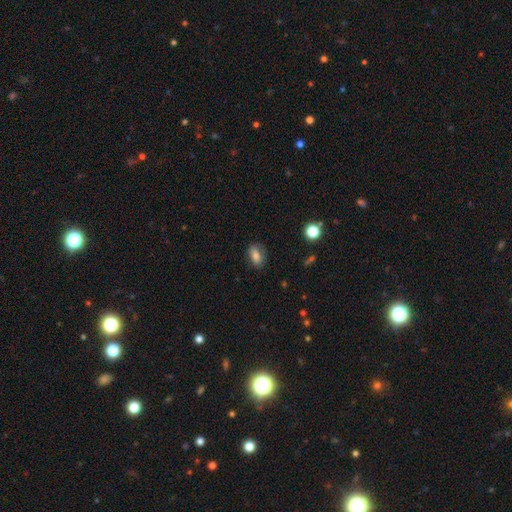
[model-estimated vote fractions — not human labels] A smooth galaxy with no disk features (75%) that is in between round and cigar-shaped (82%). Merging: none (78%).